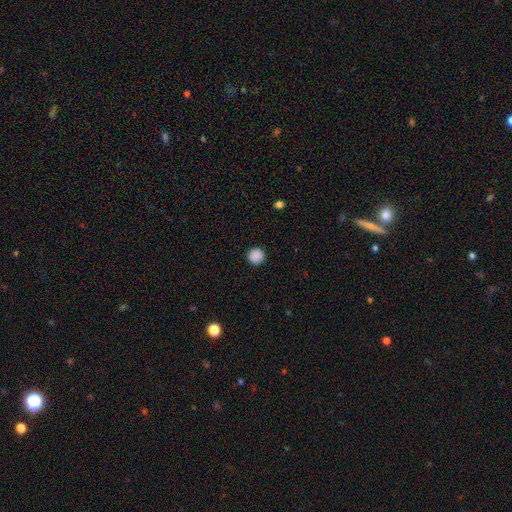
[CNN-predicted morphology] smooth_or_featured: smooth (p=0.89) [alt: star or artifact p=0.09]
how_rounded: round (p=0.96) [alt: in between p=0.03]
merging: none (p=0.93) [alt: minor disturbance p=0.04]